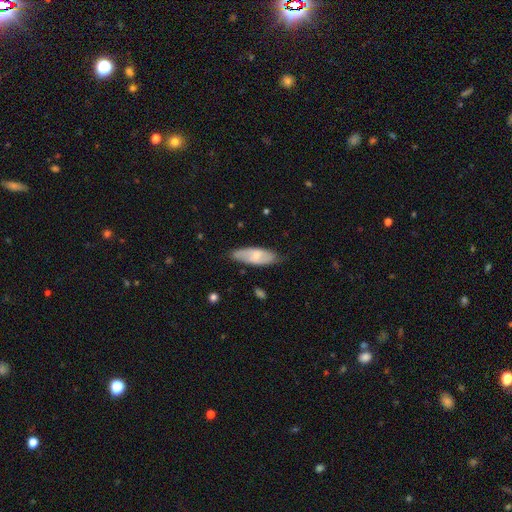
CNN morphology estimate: smooth-or-featured: smooth: 60% | featured or disk: 34% | star or artifact: 6%
  how-rounded: in between: 70% | cigar-shaped: 28% | round: 2%
  merging: none: 72% | minor disturbance: 22% | major disturbance: 4% | merger: 2%